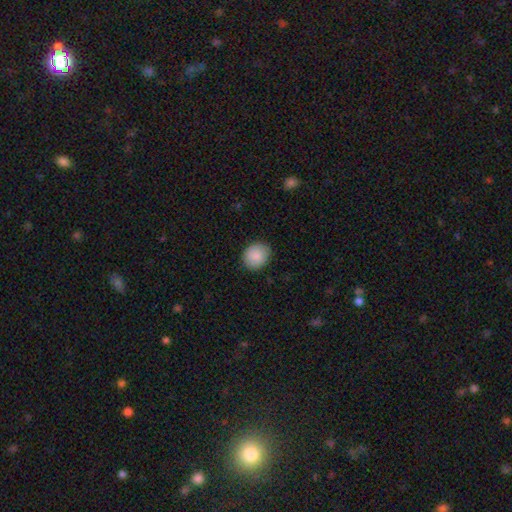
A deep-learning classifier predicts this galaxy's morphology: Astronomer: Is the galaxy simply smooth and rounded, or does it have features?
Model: smooth — 88%.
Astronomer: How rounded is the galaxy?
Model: round — 68%.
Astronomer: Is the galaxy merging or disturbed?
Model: none — 87%.